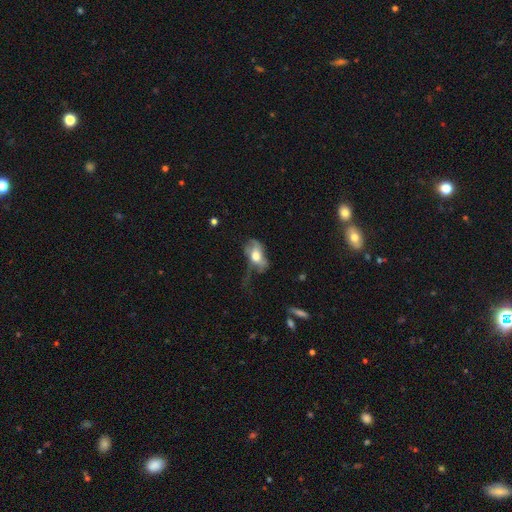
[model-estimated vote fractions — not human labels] smooth_or_featured: smooth (p=0.54) [alt: featured or disk p=0.38]
how_rounded: in between (p=0.85) [alt: round p=0.11]
merging: major disturbance (p=0.51) [alt: minor disturbance p=0.23]